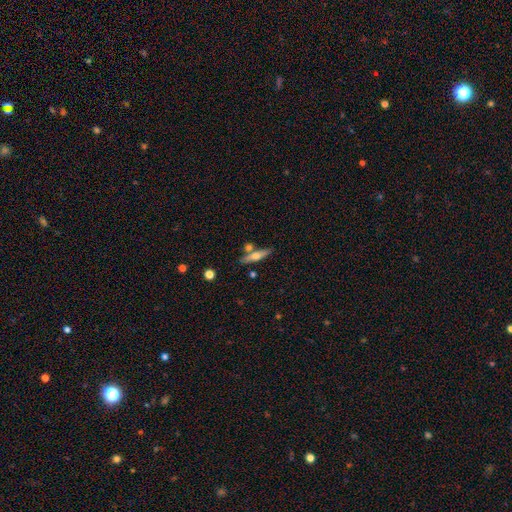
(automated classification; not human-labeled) A smooth galaxy with no disk features (49%). Merging: none (72%).